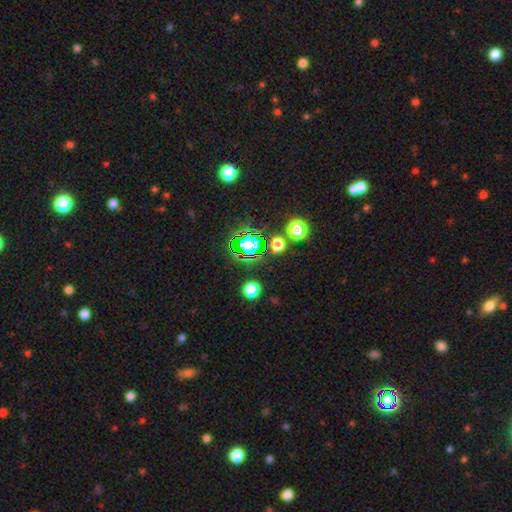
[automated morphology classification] This is likely a star or artifact rather than a galaxy (78%).